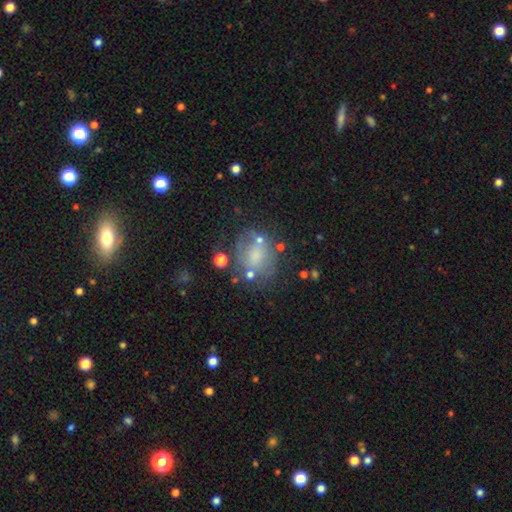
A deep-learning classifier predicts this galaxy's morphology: A smooth galaxy with no disk features (53%) that is round (59%). Merging: none (52%).